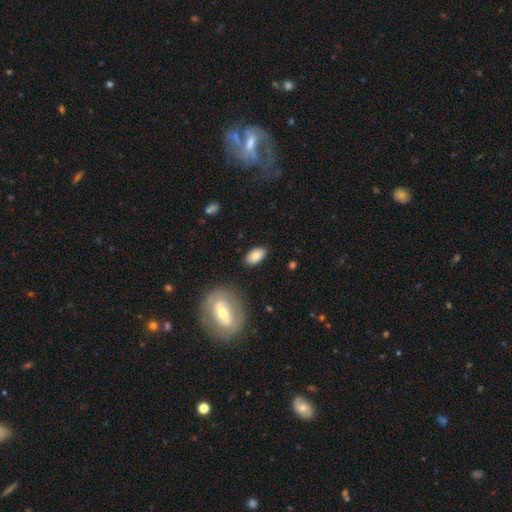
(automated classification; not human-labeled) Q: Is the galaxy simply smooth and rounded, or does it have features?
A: smooth — 79%.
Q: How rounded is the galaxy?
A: in between — 93%.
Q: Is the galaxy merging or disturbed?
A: none — 85%.